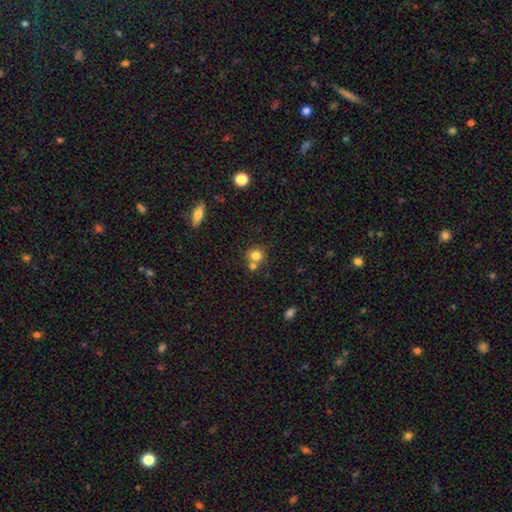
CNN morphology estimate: Q: Smooth or featured?
A: smooth (79%); runner-up: star or artifact (11%)
Q: How rounded?
A: round (83%); runner-up: in between (16%)
Q: Merging?
A: none (52%); runner-up: merger (36%)